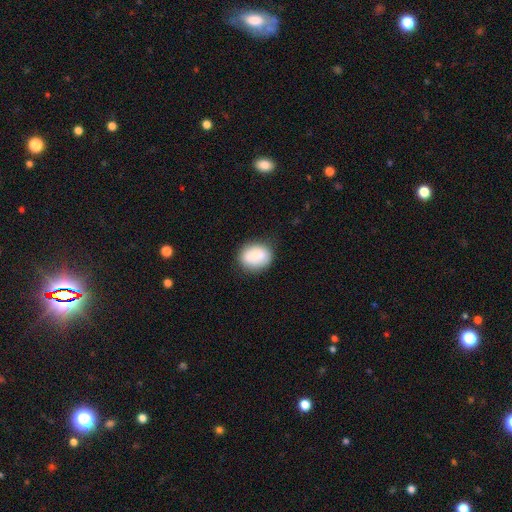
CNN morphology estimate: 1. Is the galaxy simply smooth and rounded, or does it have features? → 76% smooth, 16% featured or disk, 8% star or artifact.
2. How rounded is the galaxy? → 55% round, 44% in between, 1% cigar-shaped.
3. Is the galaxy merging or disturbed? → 78% none, 15% minor disturbance, 4% major disturbance, 3% merger.